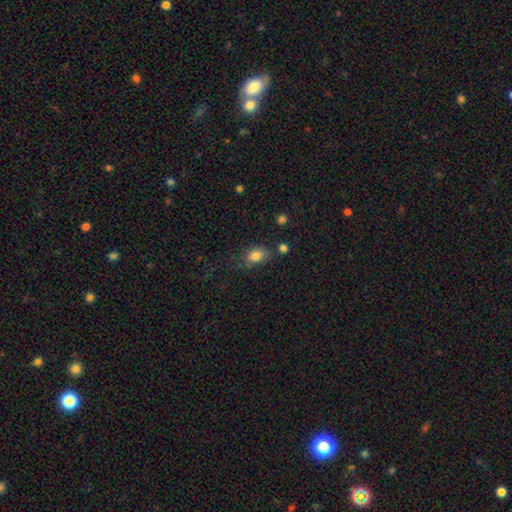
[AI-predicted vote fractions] smooth_or_featured: smooth (p=0.82) [alt: star or artifact p=0.10]
how_rounded: in between (p=0.77) [alt: round p=0.21]
merging: none (p=0.66) [alt: minor disturbance p=0.21]